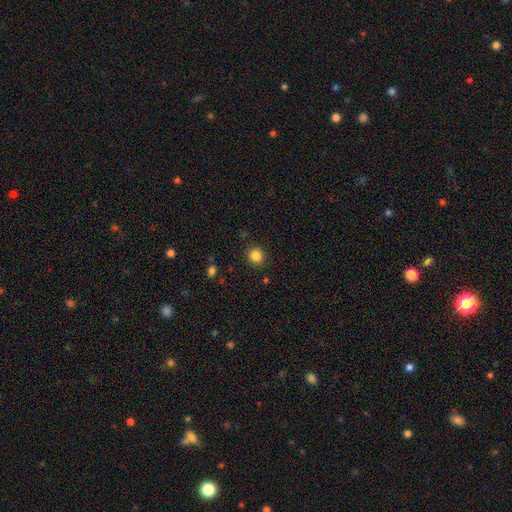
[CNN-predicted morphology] Smooth or featured: smooth — 84% (star or artifact — 12%)
How rounded: round — 88% (in between — 11%)
Merging: none — 89% (minor disturbance — 7%)